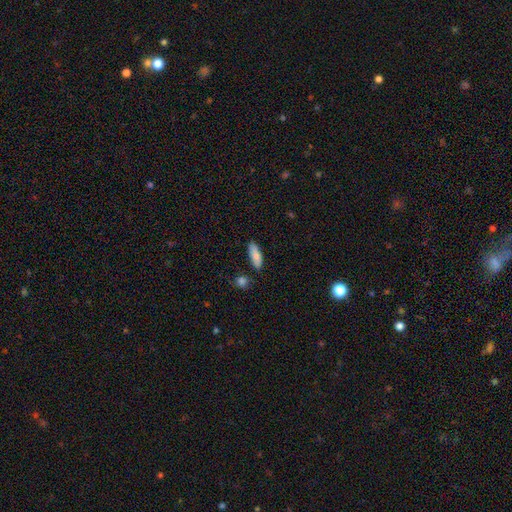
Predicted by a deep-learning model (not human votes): Smooth or featured: smooth — 81% (featured or disk — 12%)
How rounded: in between — 71% (cigar-shaped — 27%)
Merging: none — 80% (minor disturbance — 14%)